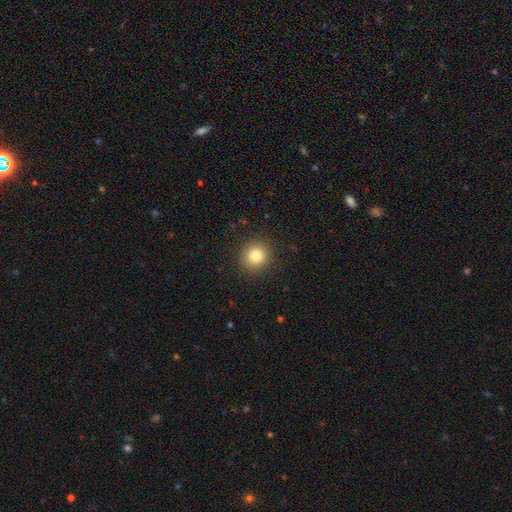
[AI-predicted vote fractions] This is clearly a smooth galaxy (82%). How rounded: clearly round (92%). Merging: clearly none (91%).